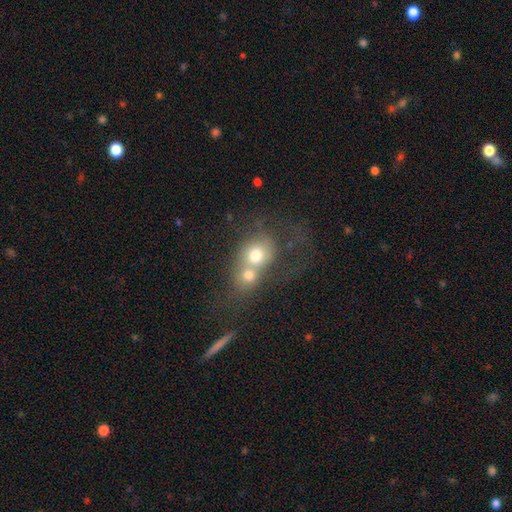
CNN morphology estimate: smooth-or-featured: smooth: 65% | featured or disk: 23% | star or artifact: 12%
  how-rounded: round: 67% | in between: 31% | cigar-shaped: 1%
  merging: merger: 73% | none: 15% | major disturbance: 6% | minor disturbance: 6%